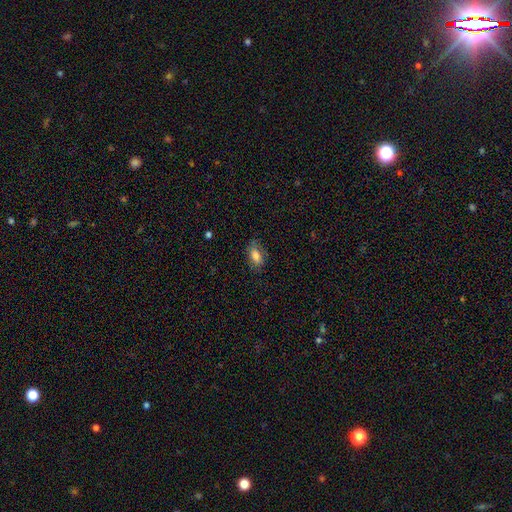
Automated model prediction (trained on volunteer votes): The model was most divided on "merging": none: 74%, minor disturbance: 19%, major disturbance: 6%, merger: 1%. More confident: how rounded — in between (88%); smooth or featured — smooth (76%).